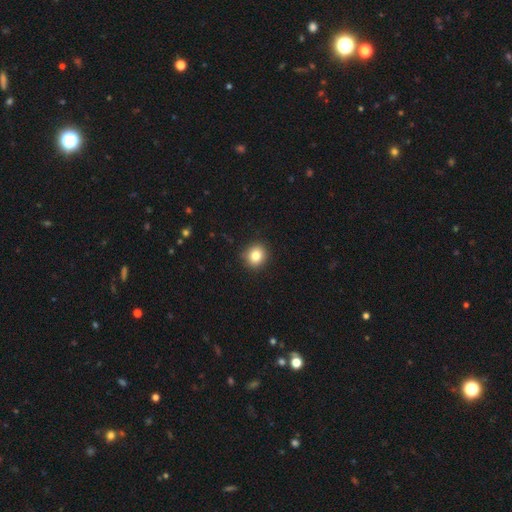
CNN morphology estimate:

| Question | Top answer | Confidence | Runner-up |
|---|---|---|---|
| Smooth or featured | smooth | 83% | star or artifact (11%) |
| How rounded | round | 83% | in between (16%) |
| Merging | none | 89% | minor disturbance (8%) |